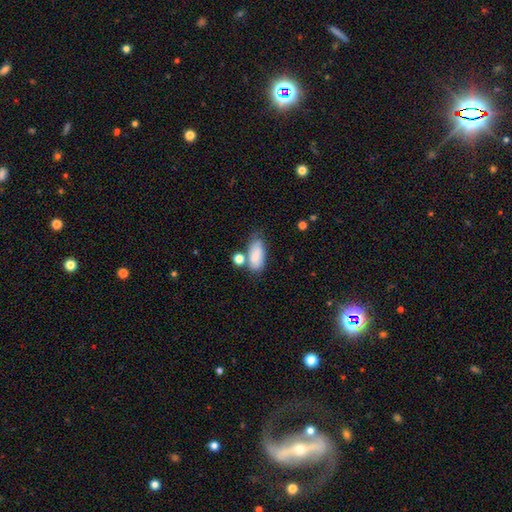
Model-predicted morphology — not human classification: type=smooth (76%); roundness=in between (88%); merging=none (51%).